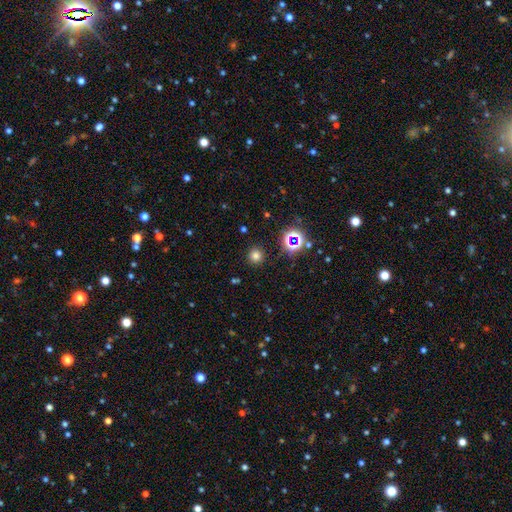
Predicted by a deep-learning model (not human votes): Smooth or featured? Predicted: smooth (p=0.72). How rounded? Predicted: round (p=0.94). Merging? Predicted: none (p=0.90).